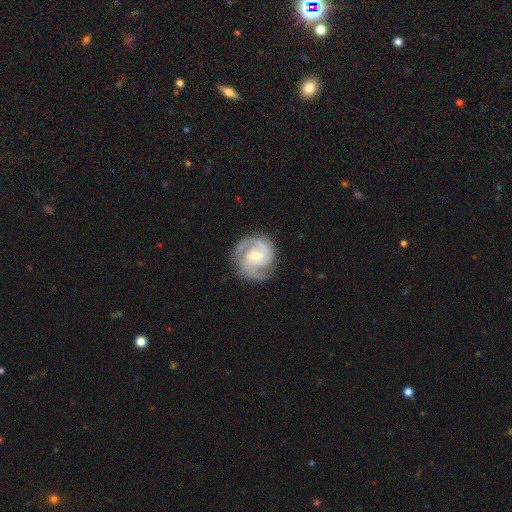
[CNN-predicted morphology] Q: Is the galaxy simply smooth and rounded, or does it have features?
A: featured or disk — 89%.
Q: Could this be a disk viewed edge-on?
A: no — 98%.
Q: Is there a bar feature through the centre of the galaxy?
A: no — 48%.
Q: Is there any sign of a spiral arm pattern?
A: yes — 98%.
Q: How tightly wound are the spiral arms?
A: tight — 53%.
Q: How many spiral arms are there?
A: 2 — 63%.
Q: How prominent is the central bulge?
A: moderate — 51%.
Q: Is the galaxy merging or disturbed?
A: none — 79%.